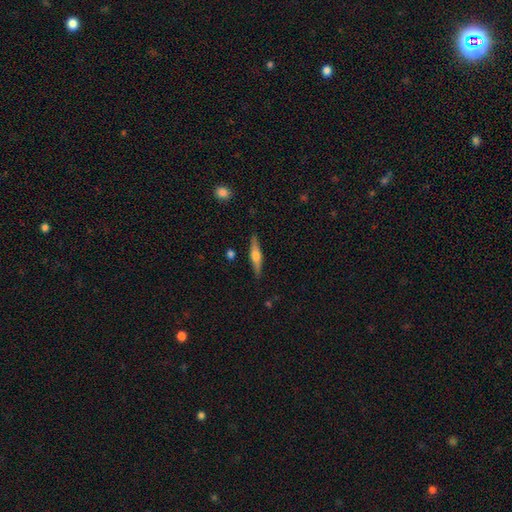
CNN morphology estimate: type=featured or disk (57%); edge-on=yes (96%); edge-on bulge=rounded (89%); merging=none (88%).